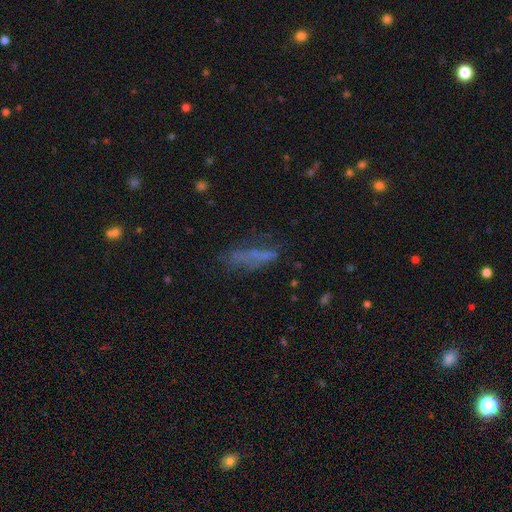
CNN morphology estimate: This appears to be a smooth galaxy with no disk features (50%). Merging: none (49%).